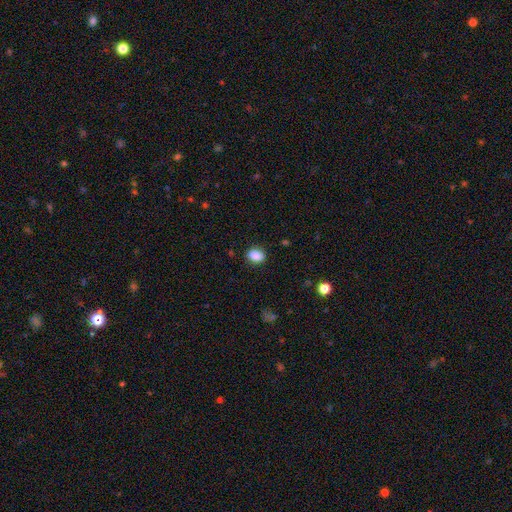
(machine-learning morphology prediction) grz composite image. It shows a smooth galaxy with no disk features (88%) that is in between round and cigar-shaped (68%). Merging: none (86%).